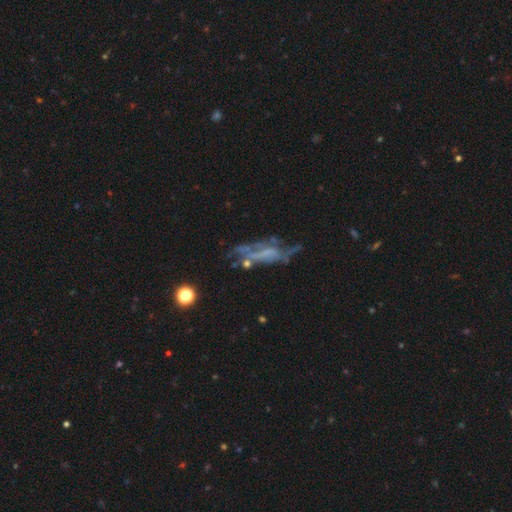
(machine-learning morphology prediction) Smooth or featured? Predicted: featured or disk (p=0.64). Edge-on disk? Predicted: no (p=0.76). Merging? Predicted: none (p=0.36).